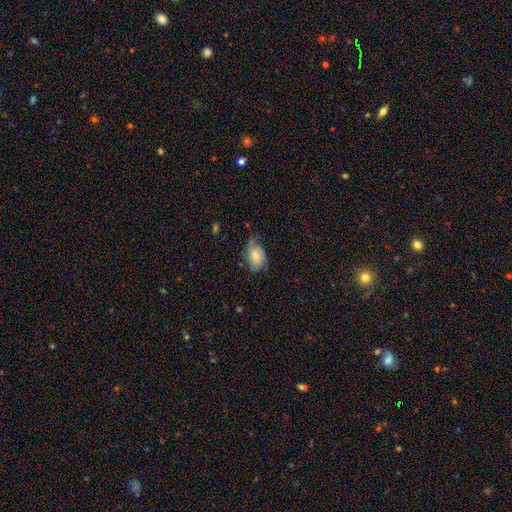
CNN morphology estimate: smooth_or_featured: smooth (p=0.58) [alt: featured or disk p=0.33]
how_rounded: in between (p=0.83) [alt: round p=0.15]
merging: none (p=0.48) [alt: minor disturbance p=0.35]